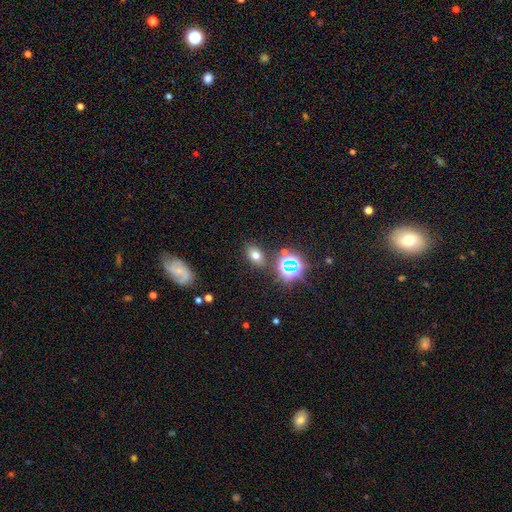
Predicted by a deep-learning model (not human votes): Smooth or featured? smooth (66%)
How rounded? in between (78%)
Merging? none (83%)